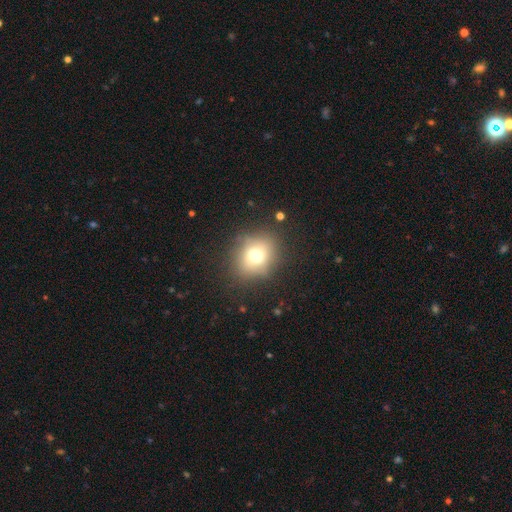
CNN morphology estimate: Smooth or featured: smooth — 70% (featured or disk — 16%)
How rounded: round — 72% (in between — 27%)
Merging: none — 79% (minor disturbance — 14%)